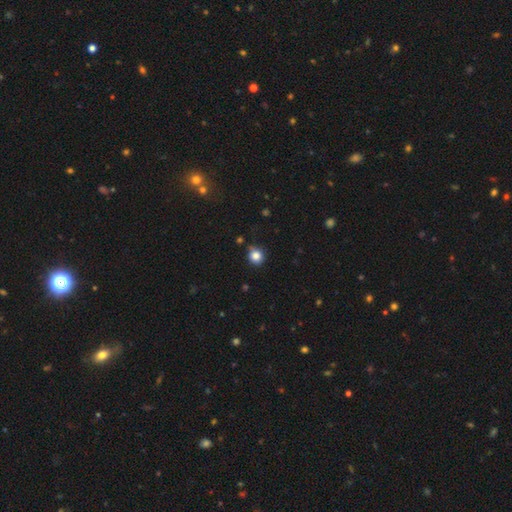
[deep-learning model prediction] Smooth or featured? Predicted: smooth (p=0.83). How rounded? Predicted: round (p=0.89). Merging? Predicted: none (p=0.81).